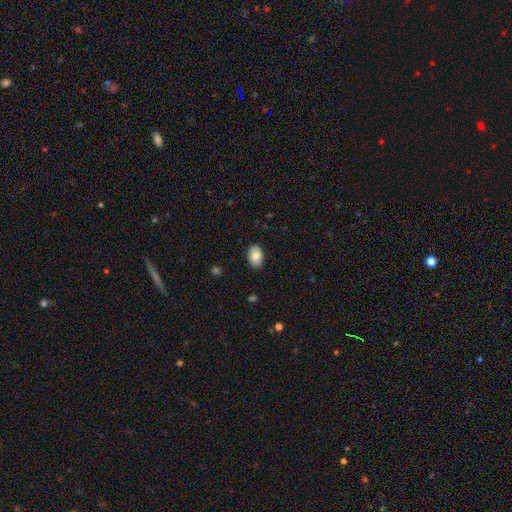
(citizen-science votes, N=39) Volunteers were most divided on "smooth or featured": smooth: 82%, featured or disk: 13%, star or artifact: 5%. More confident: how rounded — in between (91%); merging — none (89%).